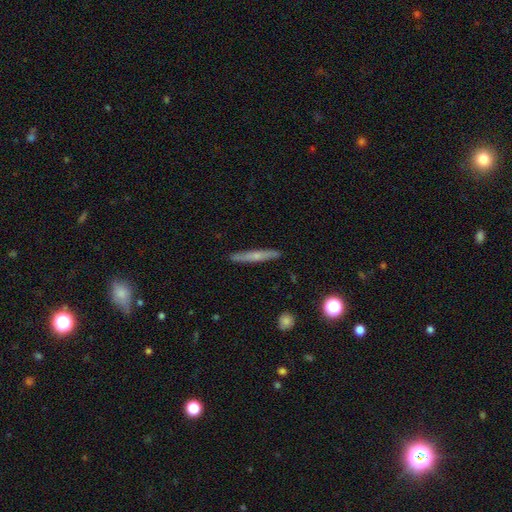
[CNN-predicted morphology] Smooth or featured: smooth — 48% (featured or disk — 45%)
Merging: none — 90% (minor disturbance — 7%)